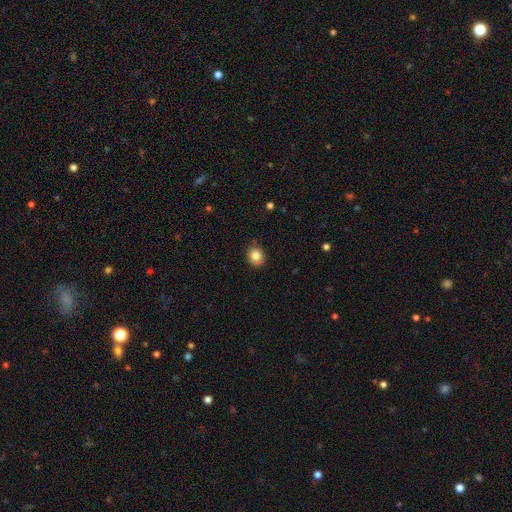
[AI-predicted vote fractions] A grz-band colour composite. It shows a smooth galaxy with no disk features (83%) that is round (73%). Merging: none (86%).